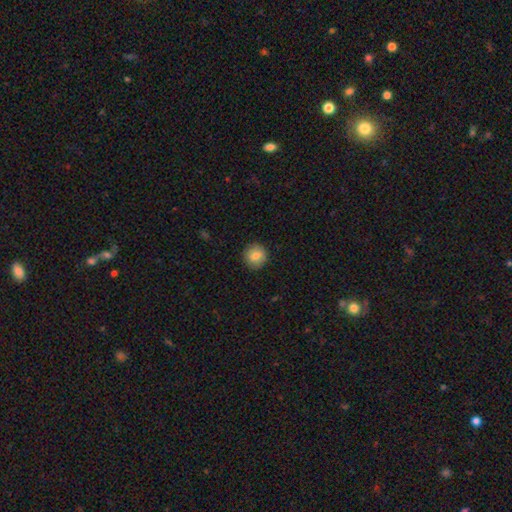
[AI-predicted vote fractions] This is clearly a smooth galaxy (80%). How rounded: clearly round (92%). Merging: clearly none (90%).